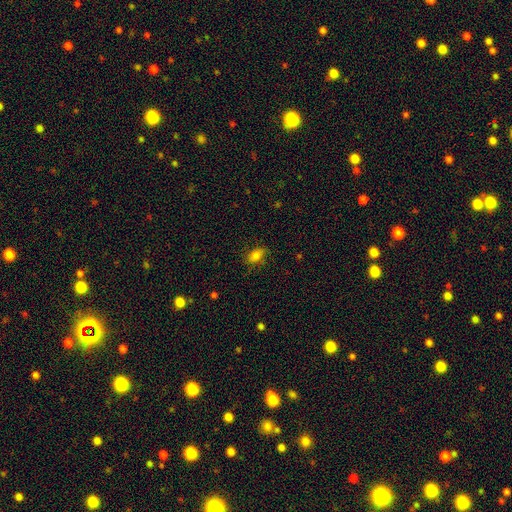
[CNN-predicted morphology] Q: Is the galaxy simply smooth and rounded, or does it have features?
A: smooth — 77%.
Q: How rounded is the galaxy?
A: in between — 83%.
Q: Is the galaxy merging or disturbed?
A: none — 76%.